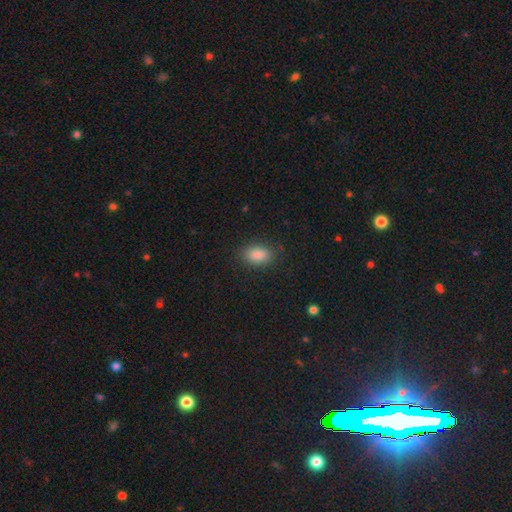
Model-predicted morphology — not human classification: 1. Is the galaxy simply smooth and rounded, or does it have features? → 86% smooth, 10% star or artifact, 4% featured or disk.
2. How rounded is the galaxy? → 87% in between, 11% round, 2% cigar-shaped.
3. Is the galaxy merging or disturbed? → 88% none, 9% minor disturbance, 3% major disturbance, 1% merger.